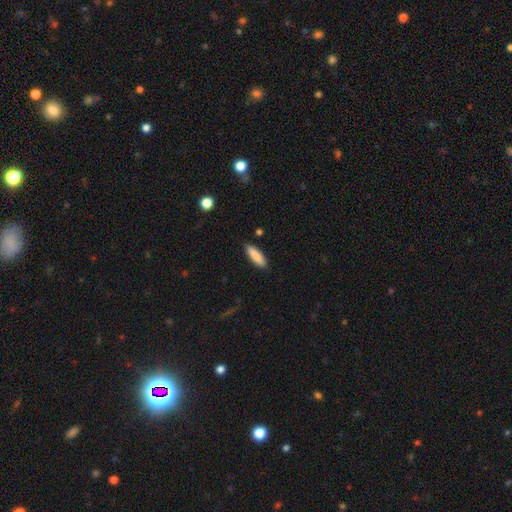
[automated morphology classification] This is clearly a smooth galaxy (88%). How rounded: possibly cigar-shaped (52%). Merging: clearly none (88%).